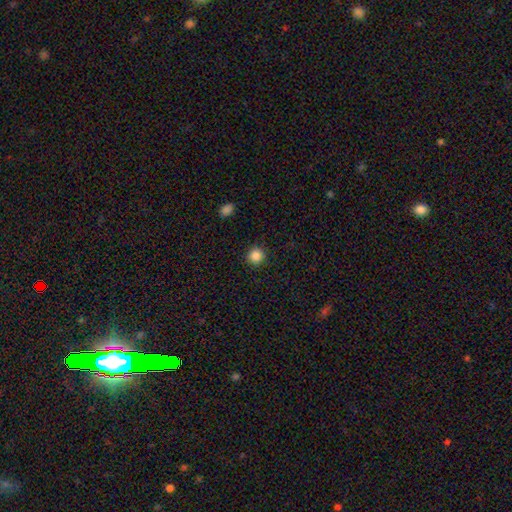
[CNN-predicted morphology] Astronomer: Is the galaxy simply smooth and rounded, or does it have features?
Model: smooth — 86%.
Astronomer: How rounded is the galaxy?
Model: round — 93%.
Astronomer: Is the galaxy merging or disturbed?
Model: none — 91%.